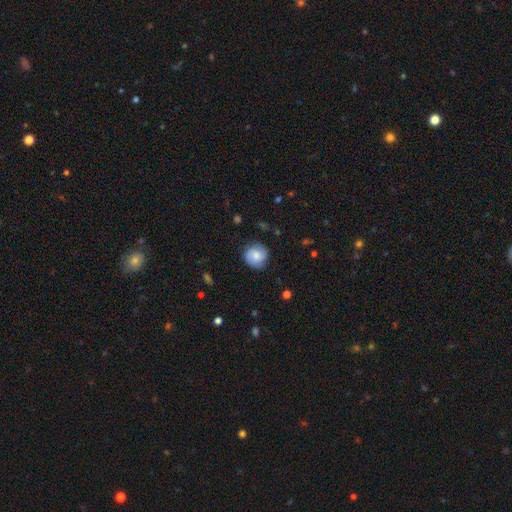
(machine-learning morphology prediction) Smooth or featured?
  - smooth: 63% *
  - featured or disk: 29%
  - star or artifact: 8%
How rounded?
  - round: 89% *
  - in between: 10%
  - cigar-shaped: 1%
Merging?
  - none: 81% *
  - minor disturbance: 14%
  - major disturbance: 4%
  - merger: 1%